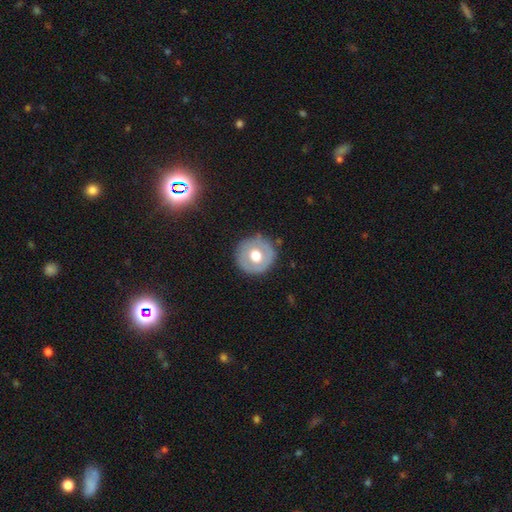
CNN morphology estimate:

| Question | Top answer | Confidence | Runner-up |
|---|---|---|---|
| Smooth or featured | smooth | 54% | featured or disk (39%) |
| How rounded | round | 94% | in between (5%) |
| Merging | none | 85% | minor disturbance (10%) |